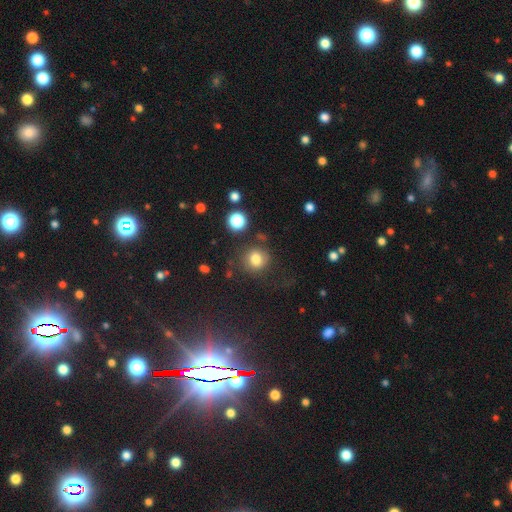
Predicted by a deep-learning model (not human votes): Q: Smooth or featured?
A: smooth (75%); runner-up: star or artifact (16%)
Q: How rounded?
A: round (86%); runner-up: in between (13%)
Q: Merging?
A: none (75%); runner-up: minor disturbance (13%)